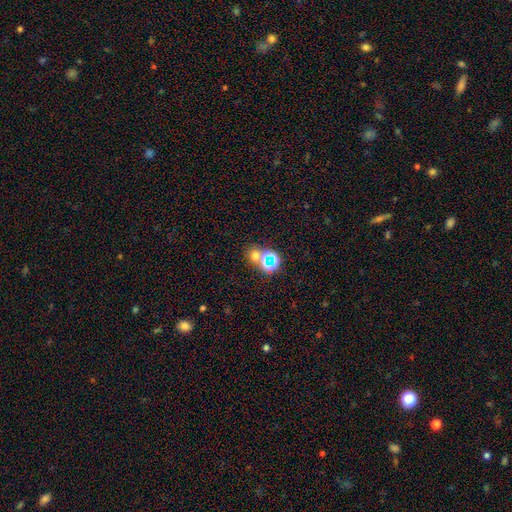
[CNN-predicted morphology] smooth_or_featured: smooth (p=0.50) [alt: star or artifact p=0.41]
merging: none (p=0.60) [alt: merger p=0.29]